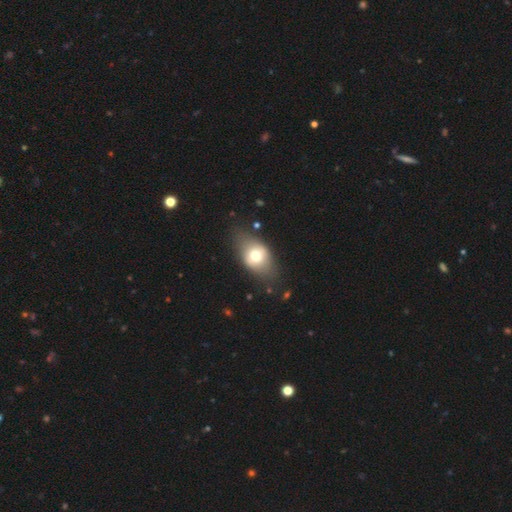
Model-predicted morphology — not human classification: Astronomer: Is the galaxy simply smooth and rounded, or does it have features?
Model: smooth — 66%.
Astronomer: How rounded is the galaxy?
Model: in between — 81%.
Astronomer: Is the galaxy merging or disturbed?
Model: none — 71%.